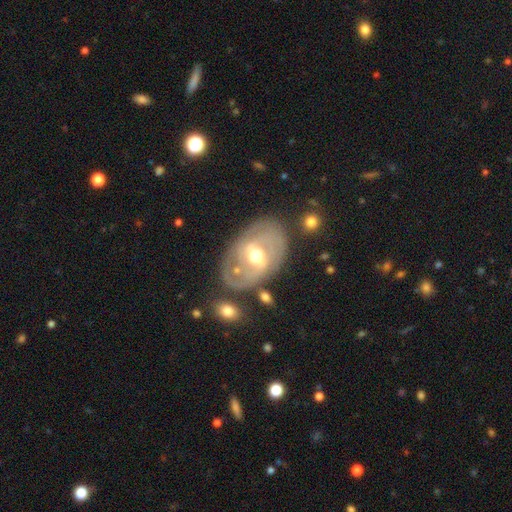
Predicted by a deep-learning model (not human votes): A featured or disk galaxy (78%) with a weak bar (47%), spiral arms (67%) and a moderate central bulge (75%).

Vote fractions:
- Smooth or featured? featured or disk: 78% / smooth: 17% / star or artifact: 5%
- Edge-on disk? no: 94% / yes: 6%
- Bar? weak: 47% / strong: 33% / no: 20%
- Spiral arms? yes: 67% / no: 33%
- Bulge size? moderate: 75% / small: 16% / large: 7% / dominant: 1% / none: 1%
- Merging? none: 70% / minor disturbance: 17% / major disturbance: 8% / merger: 5%